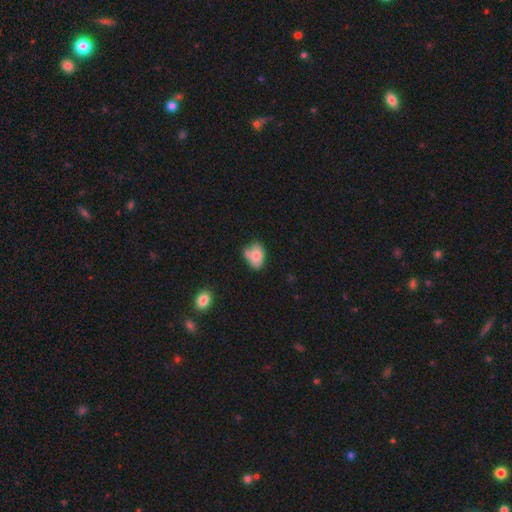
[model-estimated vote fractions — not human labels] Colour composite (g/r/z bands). It shows a smooth galaxy with no disk features (78%) that is in between round and cigar-shaped (81%). Merging: none (44%).